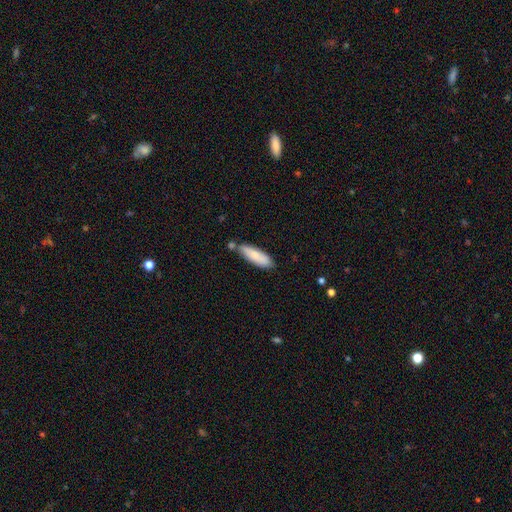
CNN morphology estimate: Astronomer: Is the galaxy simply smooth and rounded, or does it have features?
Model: smooth — 76%.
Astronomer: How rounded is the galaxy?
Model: cigar-shaped — 53% (runner-up: in between, 46%).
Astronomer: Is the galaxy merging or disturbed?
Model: none — 69%.